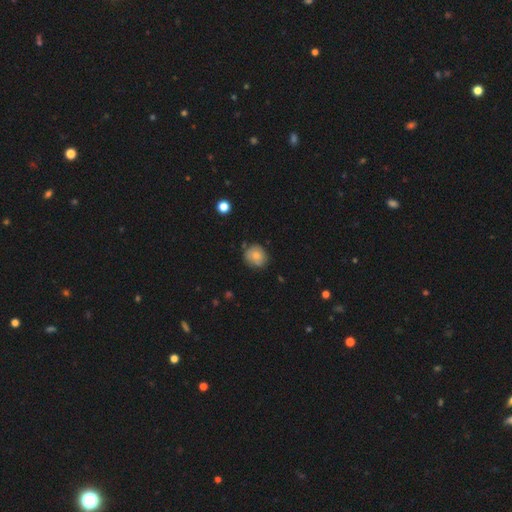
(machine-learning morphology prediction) Smooth or featured?
  - smooth: 75% *
  - featured or disk: 17%
  - star or artifact: 8%
How rounded?
  - round: 83% *
  - in between: 16%
  - cigar-shaped: 1%
Merging?
  - none: 74% *
  - minor disturbance: 20%
  - major disturbance: 4%
  - merger: 3%